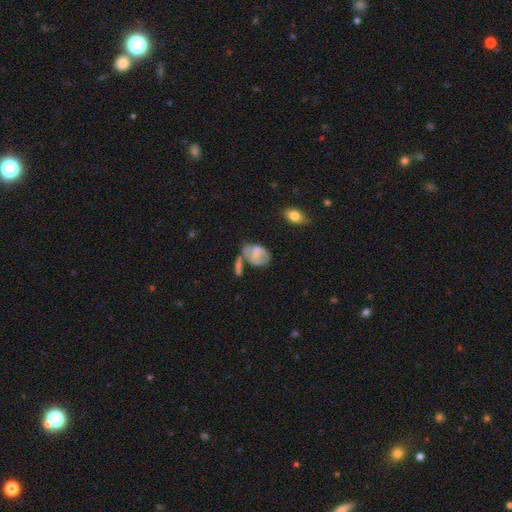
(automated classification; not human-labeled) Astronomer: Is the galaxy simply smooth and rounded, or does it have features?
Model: smooth — 46% (runner-up: featured or disk, 45%).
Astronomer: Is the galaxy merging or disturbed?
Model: none — 33% (runner-up: merger, 24%).